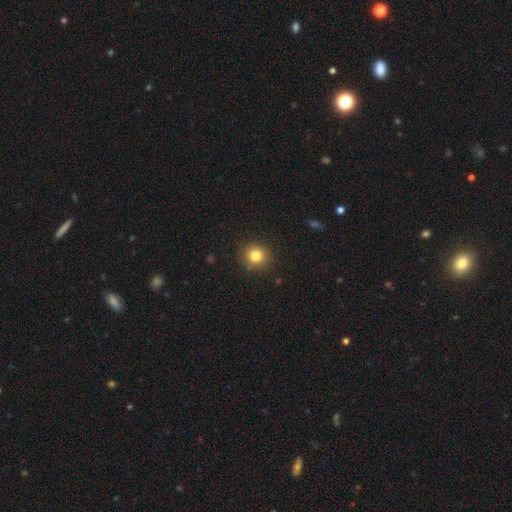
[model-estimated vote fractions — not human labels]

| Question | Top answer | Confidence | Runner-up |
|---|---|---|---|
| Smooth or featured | smooth | 82% | star or artifact (12%) |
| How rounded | round | 90% | in between (10%) |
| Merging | none | 89% | minor disturbance (7%) |